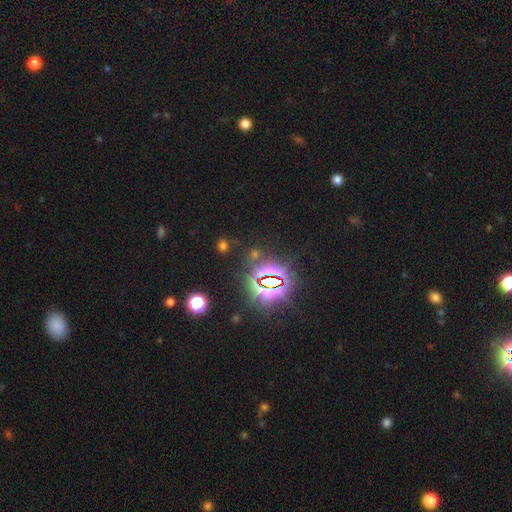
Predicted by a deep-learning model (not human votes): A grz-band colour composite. It shows a star or artifact, not a galaxy (78%).